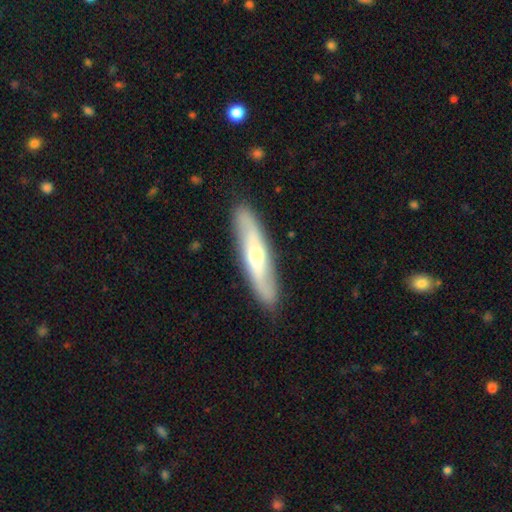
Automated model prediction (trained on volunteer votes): Morphology: type=featured or disk (58%); edge-on=no (52%); merging=none (87%).